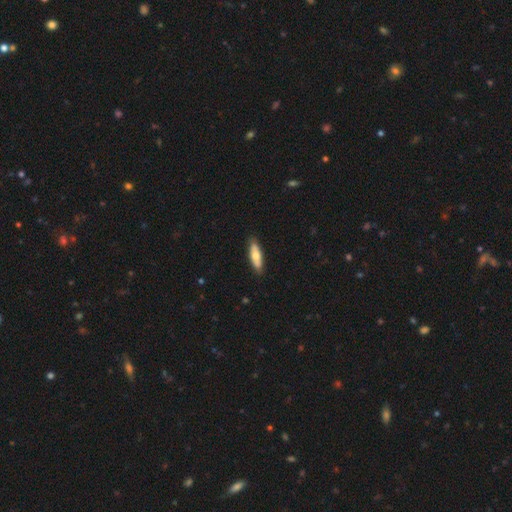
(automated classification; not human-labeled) smooth 64%, featured or disk 30%, star or artifact 5%. Down the decision tree: how rounded — cigar-shaped (57%); merging — none (87%).